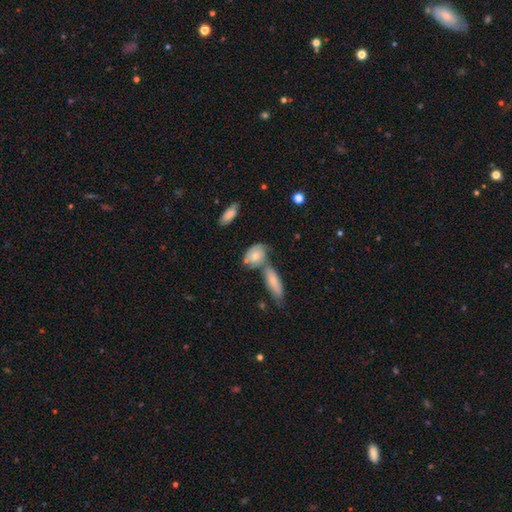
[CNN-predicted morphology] smooth-or-featured: smooth: 66% | featured or disk: 27% | star or artifact: 7%
  how-rounded: in between: 72% | round: 18% | cigar-shaped: 9%
  merging: merger: 39% (tied) | none: 39% (tied) | minor disturbance: 16% | major disturbance: 6%